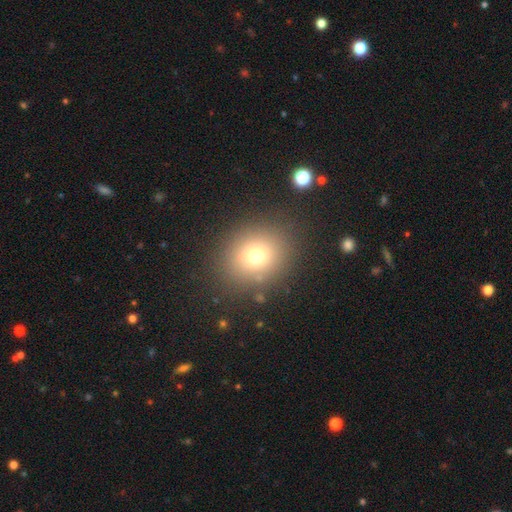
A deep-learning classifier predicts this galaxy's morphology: Q: Smooth or featured?
A: smooth (72%); runner-up: star or artifact (16%)
Q: How rounded?
A: round (68%); runner-up: in between (31%)
Q: Merging?
A: none (84%); runner-up: minor disturbance (9%)